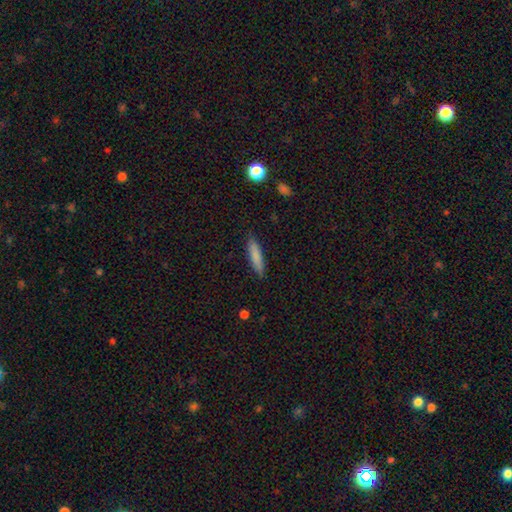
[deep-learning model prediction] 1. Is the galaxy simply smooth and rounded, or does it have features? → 82% smooth, 11% featured or disk, 6% star or artifact.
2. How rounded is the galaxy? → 81% cigar-shaped, 17% in between, 1% round.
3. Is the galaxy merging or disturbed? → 86% none, 10% minor disturbance, 2% major disturbance, 1% merger.